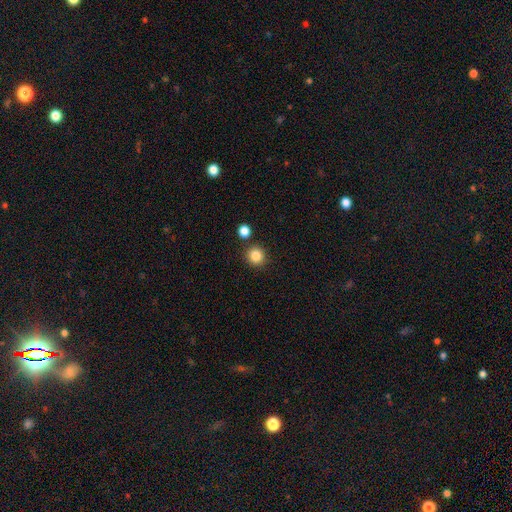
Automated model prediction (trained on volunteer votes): smooth-or-featured: smooth: 85% | star or artifact: 11% | featured or disk: 4%
  how-rounded: round: 93% | in between: 6% | cigar-shaped: 1%
  merging: none: 87% | minor disturbance: 6% | merger: 5% | major disturbance: 2%